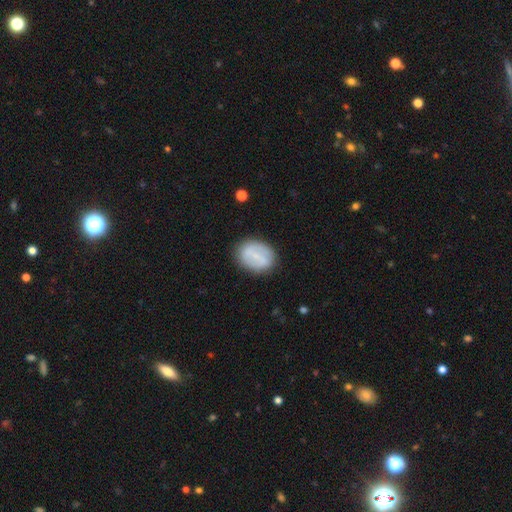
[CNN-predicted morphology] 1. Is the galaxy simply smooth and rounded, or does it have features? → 50% smooth, 43% featured or disk, 7% star or artifact.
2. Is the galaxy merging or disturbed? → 82% none, 13% minor disturbance, 4% major disturbance, 2% merger.